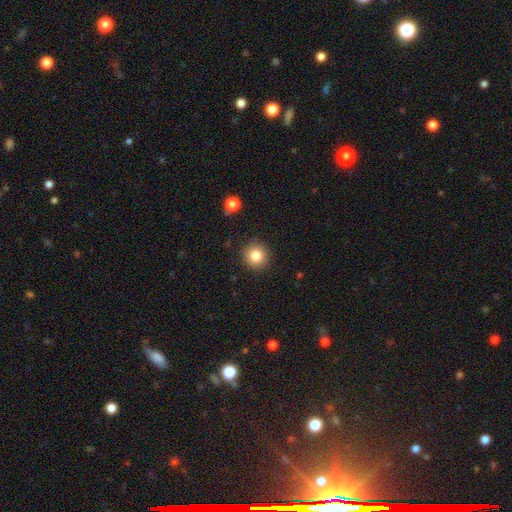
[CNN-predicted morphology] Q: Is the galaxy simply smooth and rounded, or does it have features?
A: smooth — 81%.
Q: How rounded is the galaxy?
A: round — 93%.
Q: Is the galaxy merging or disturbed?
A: none — 91%.